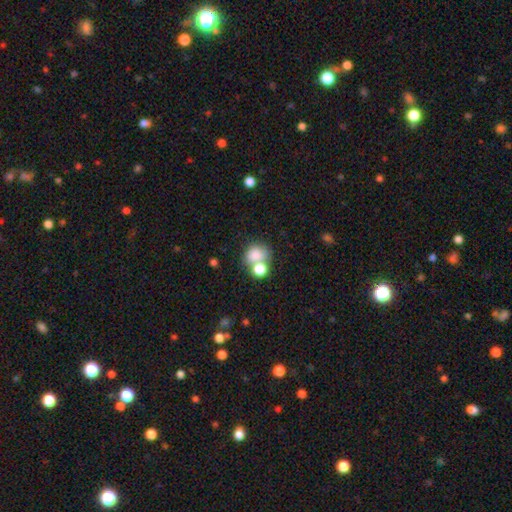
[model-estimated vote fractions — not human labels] Overall: smooth (77%). How rounded: round (65%; in between 34%). Merging: merger (41%; none 40%).